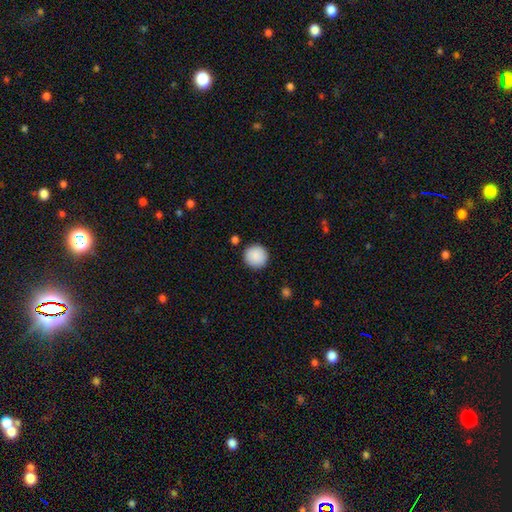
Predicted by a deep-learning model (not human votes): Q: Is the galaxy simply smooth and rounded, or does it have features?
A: smooth — 89%.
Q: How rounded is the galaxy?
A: round — 95%.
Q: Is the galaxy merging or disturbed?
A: none — 91%.